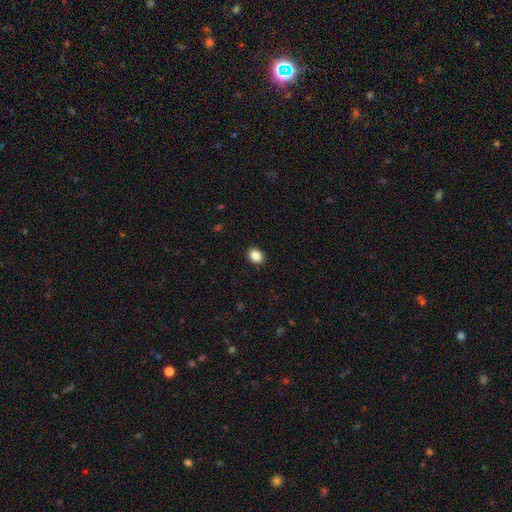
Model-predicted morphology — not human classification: Smooth or featured? smooth (87%)
How rounded? in between (64%)
Merging? none (91%)